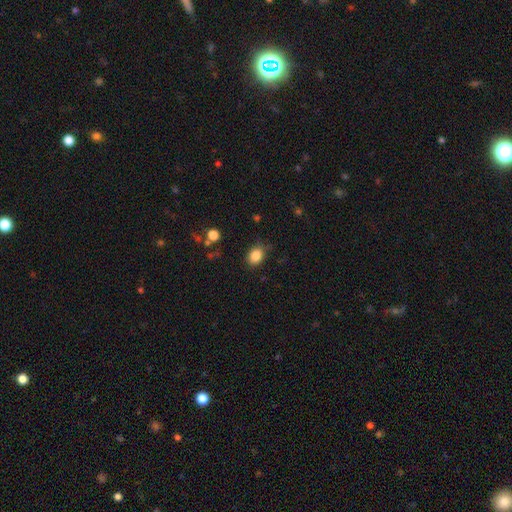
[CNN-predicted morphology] This appears to be a smooth galaxy with no disk features (85%) that is in between round and cigar-shaped (61%). Merging: none (78%).